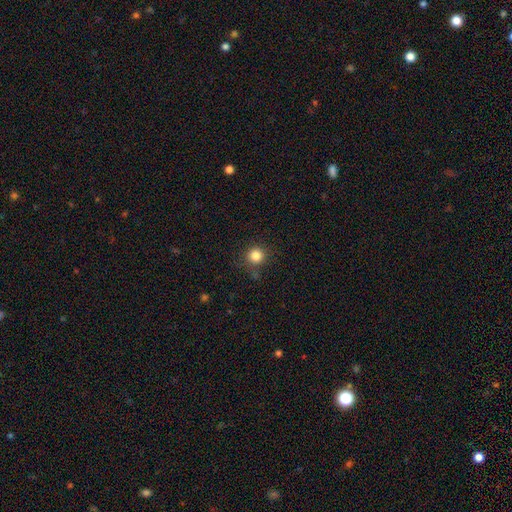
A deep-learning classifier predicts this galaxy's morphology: type=smooth (83%); roundness=round (93%); merging=none (83%).